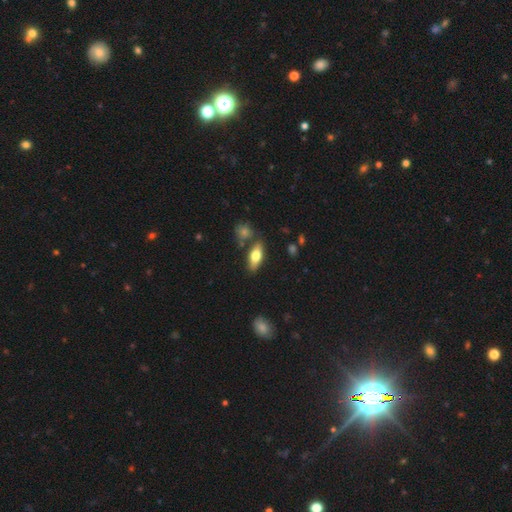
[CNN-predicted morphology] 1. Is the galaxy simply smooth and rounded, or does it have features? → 69% smooth, 24% featured or disk, 6% star or artifact.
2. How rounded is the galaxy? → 78% in between, 19% cigar-shaped, 3% round.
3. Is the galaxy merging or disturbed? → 78% none, 12% minor disturbance, 7% merger, 3% major disturbance.